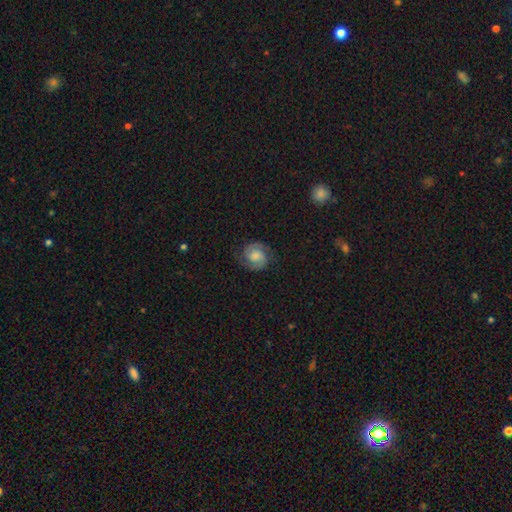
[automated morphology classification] The model was most divided on "spiral winding": medium: 46%, tight: 43%, loose: 11%. Remaining: edge-on disk — no (98%); spiral arms — yes (97%); spiral arm count — 2 (92%); merging — none (81%); smooth or featured — featured or disk (77%); bar — no (57%); bulge size — moderate (39%).